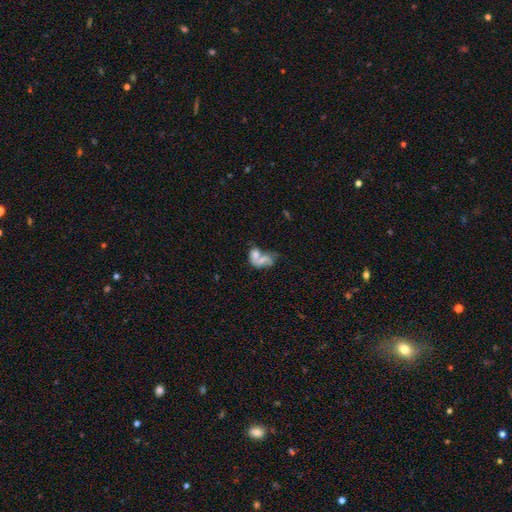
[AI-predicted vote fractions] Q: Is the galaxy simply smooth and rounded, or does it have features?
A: smooth — 57%.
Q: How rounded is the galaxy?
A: in between — 78%.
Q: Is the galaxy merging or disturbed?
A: merger — 66%.